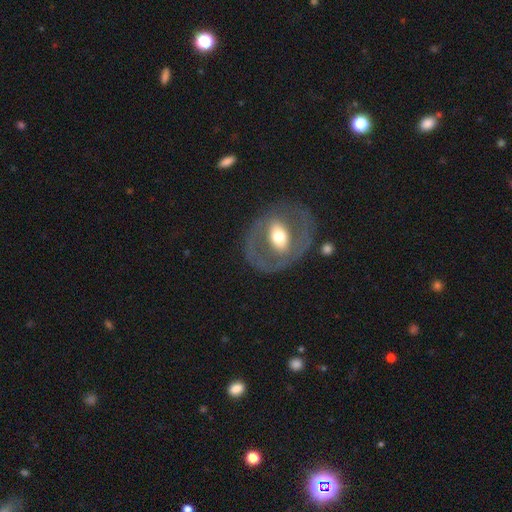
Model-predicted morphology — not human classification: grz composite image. It shows a featured or disk galaxy (72%) with a weak bar (36%, tied with strong), no spiral arms (62%) and a moderate central bulge (69%). Merging: none (75%).